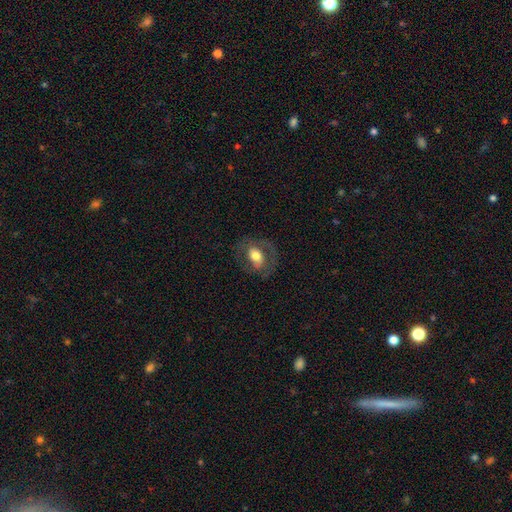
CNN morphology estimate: A smooth galaxy with no disk features (53%) that is in between round and cigar-shaped (68%). Merging: none (72%).